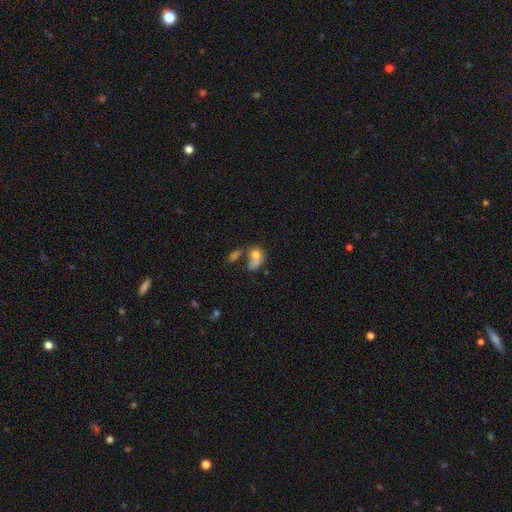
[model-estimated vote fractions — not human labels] smooth_or_featured: smooth (p=0.70) [alt: featured or disk p=0.19]
how_rounded: in between (p=0.67) [alt: round p=0.32]
merging: merger (p=0.42) [alt: none p=0.24]